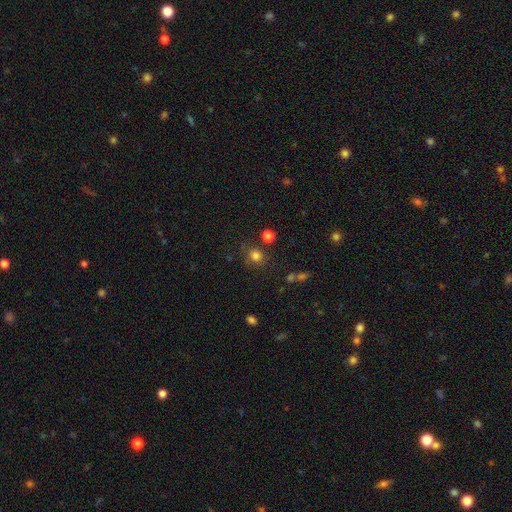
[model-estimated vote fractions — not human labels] Morphology: type=smooth (79%); roundness=round (82%); merging=none (76%).